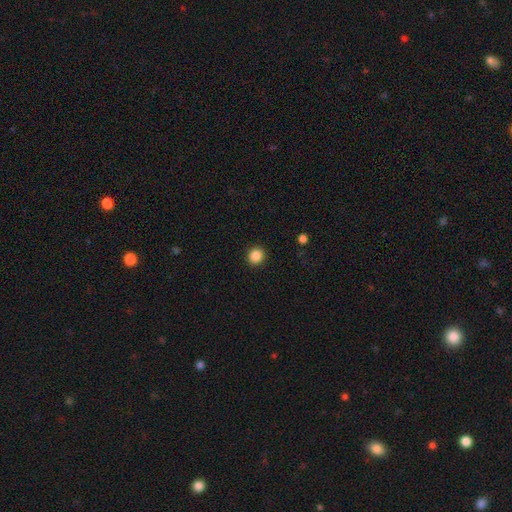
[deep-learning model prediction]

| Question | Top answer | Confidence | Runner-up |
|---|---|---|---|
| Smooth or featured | smooth | 86% | star or artifact (10%) |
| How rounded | round | 90% | in between (9%) |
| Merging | none | 92% | minor disturbance (5%) |